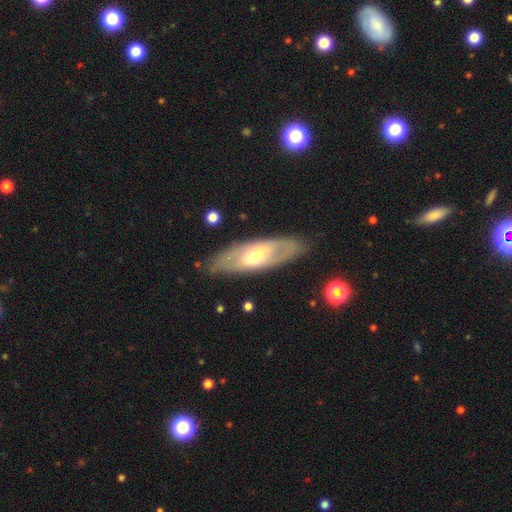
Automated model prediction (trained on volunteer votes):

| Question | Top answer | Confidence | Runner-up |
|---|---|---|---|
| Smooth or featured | featured or disk | 57% | smooth (37%) |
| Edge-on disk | no | 76% | yes (24%) |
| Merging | none | 82% | minor disturbance (13%) |